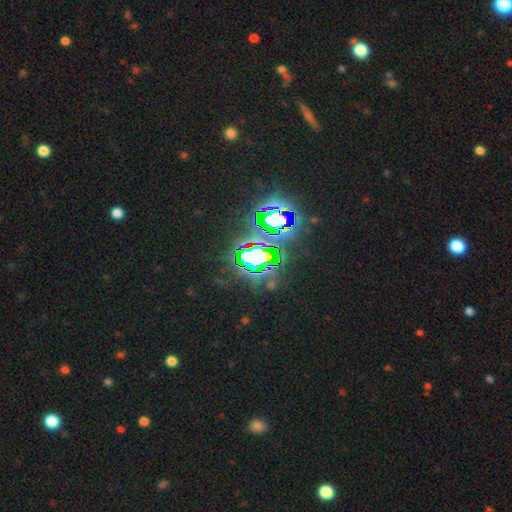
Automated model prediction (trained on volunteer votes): smooth_or_featured: star or artifact (p=0.74) [alt: featured or disk p=0.14]